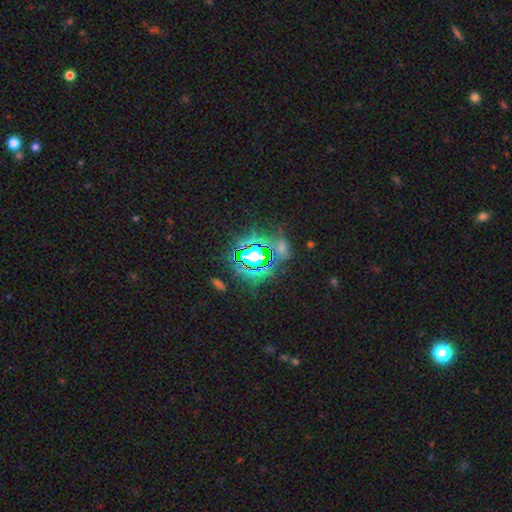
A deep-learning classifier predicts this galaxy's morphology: Smooth or featured?
  - star or artifact: 72% *
  - smooth: 17%
  - featured or disk: 11%